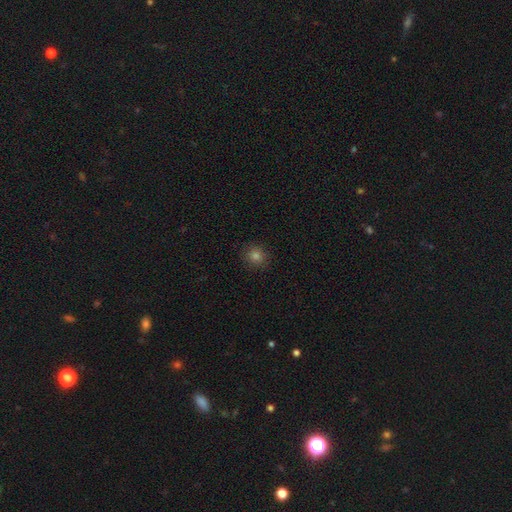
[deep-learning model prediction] Overall: smooth (77%). How rounded: round (88%). Merging: none (90%).